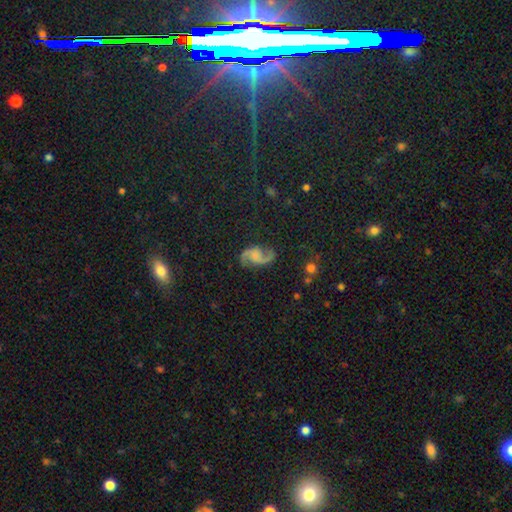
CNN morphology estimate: A featured or disk galaxy (86%) with no bar (60%), 2 (94%) loose (59%) spiral arms (97%) and no central bulge (59%). Merging: none (77%).